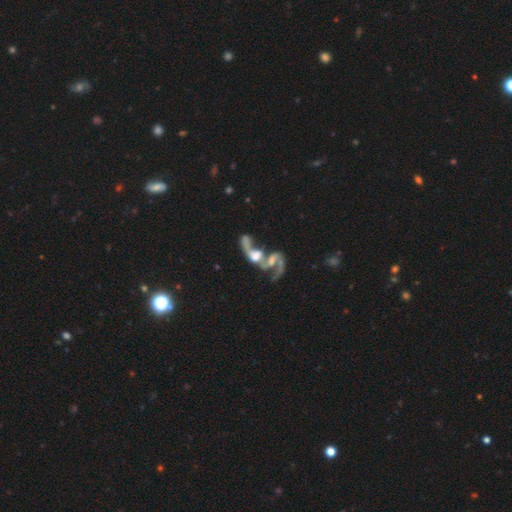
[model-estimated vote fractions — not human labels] A featured or disk galaxy (76%) with no bar (51%), 2 (68%) loose (77%) spiral arms (82%) and a moderate central bulge (39%).

Vote fractions:
- Smooth or featured? featured or disk: 76% / smooth: 15% / star or artifact: 9%
- Edge-on disk? no: 96% / yes: 4%
- Bar? no: 51% / weak: 34% / strong: 16%
- Spiral arms? yes: 82% / no: 18%
- Spiral winding? loose: 77% / medium: 18% / tight: 5%
- Spiral arm count? 2: 68% / 1: 18% / can't tell: 8% / 3: 3% / 4: 2% / more than 4: 2%
- Bulge size? moderate: 39% / small: 22% / none: 20% / large: 16% / dominant: 3%
- Merging? merger: 69% / major disturbance: 15% / none: 11% / minor disturbance: 5%